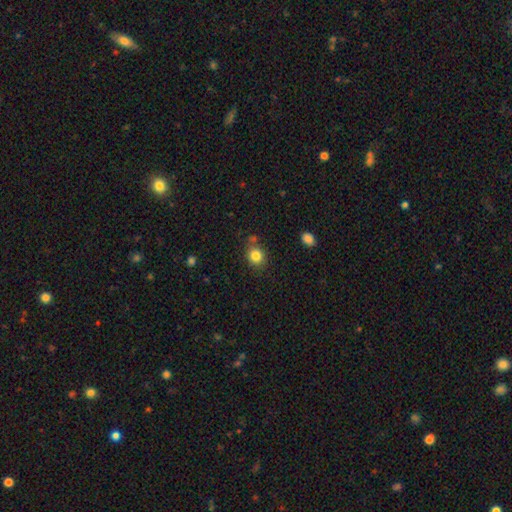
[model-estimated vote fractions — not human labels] Q: Smooth or featured?
A: smooth (83%); runner-up: star or artifact (11%)
Q: How rounded?
A: round (73%); runner-up: in between (26%)
Q: Merging?
A: none (74%); runner-up: minor disturbance (14%)